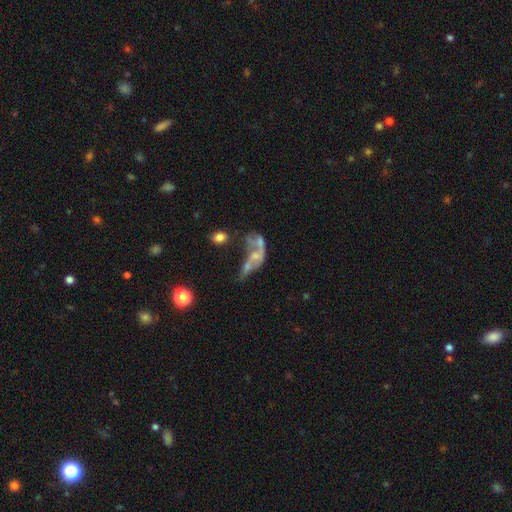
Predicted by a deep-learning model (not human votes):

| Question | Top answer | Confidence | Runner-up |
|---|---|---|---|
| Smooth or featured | featured or disk | 57% | smooth (28%) |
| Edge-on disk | no | 94% | yes (6%) |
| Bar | no | 81% | weak (14%) |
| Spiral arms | no | 74% | yes (26%) |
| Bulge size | none | 46% | small (31%) |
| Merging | merger | 46% | major disturbance (30%) |